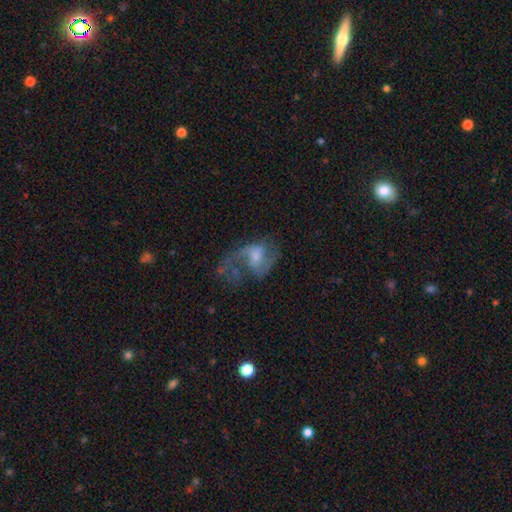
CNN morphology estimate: type=featured or disk (73%); edge-on=no (97%); bar=weak (48%); spiral arms=yes (85%); winding=loose (56%); arm count=2 (64%); bulge=moderate (39%); merging=major disturbance (41%).